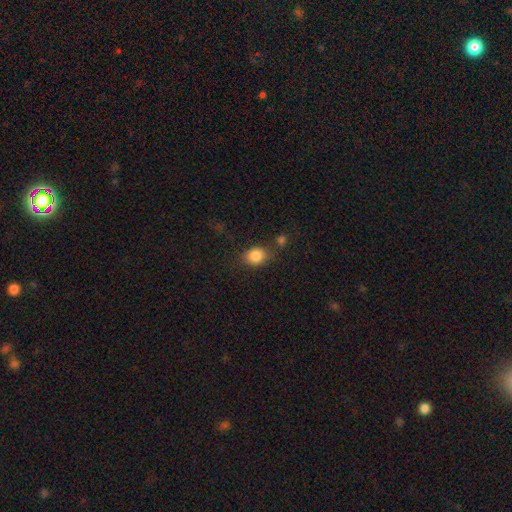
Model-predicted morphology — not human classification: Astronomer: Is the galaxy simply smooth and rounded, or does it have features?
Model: smooth — 84%.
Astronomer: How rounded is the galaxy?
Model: round — 50% (runner-up: in between, 49%).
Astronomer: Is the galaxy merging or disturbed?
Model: none — 71%.